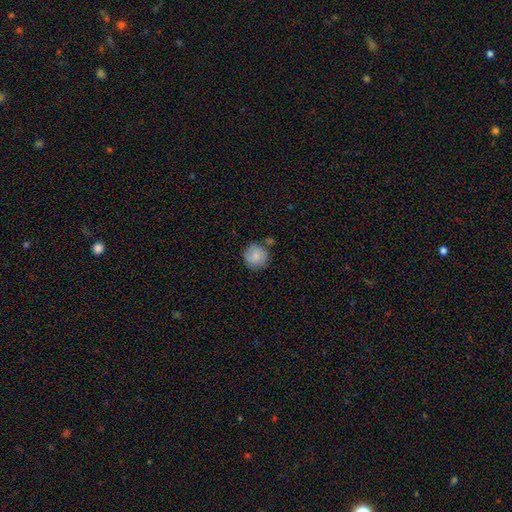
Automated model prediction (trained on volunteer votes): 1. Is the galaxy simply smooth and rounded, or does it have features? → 84% smooth, 9% featured or disk, 7% star or artifact.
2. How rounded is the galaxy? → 93% round, 6% in between, 1% cigar-shaped.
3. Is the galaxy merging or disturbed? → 76% none, 13% minor disturbance, 7% merger, 3% major disturbance.